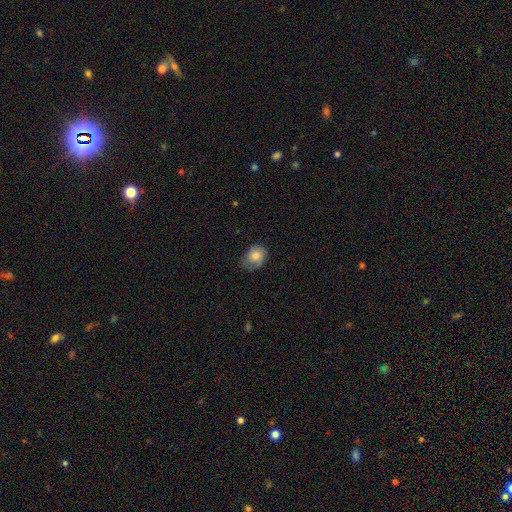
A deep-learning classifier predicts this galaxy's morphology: type=smooth (74%); roundness=in between (56%); merging=none (50%).